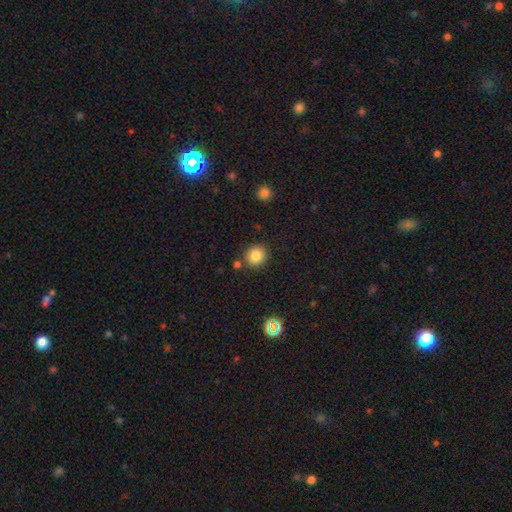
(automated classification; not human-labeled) Overall: smooth (83%). How rounded: round (85%). Merging: none (82%).